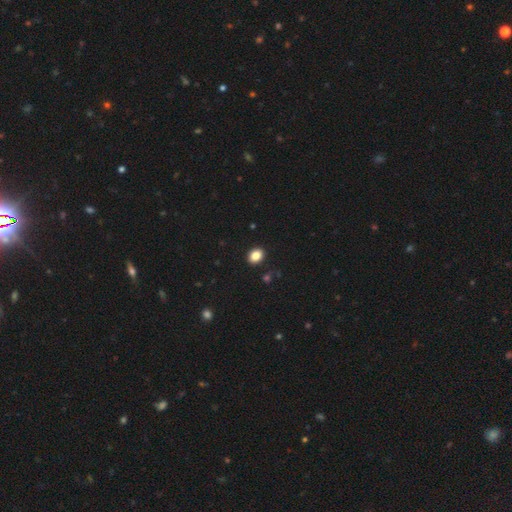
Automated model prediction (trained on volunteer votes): This appears to be a smooth galaxy with no disk features (86%) that is in between round and cigar-shaped (58%). Merging: none (90%).